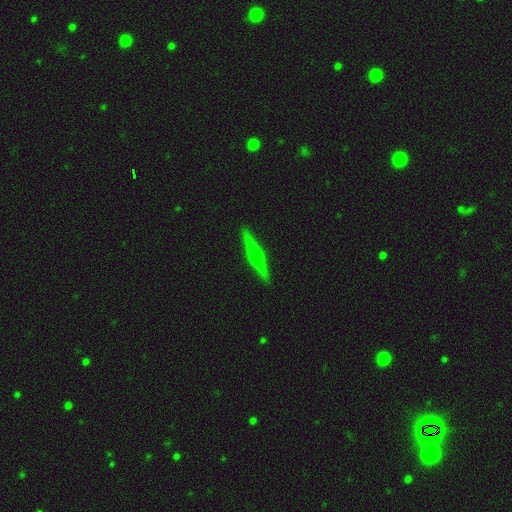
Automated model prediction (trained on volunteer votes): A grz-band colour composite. It shows a featured or disk galaxy (68%) viewed edge-on (98%) with a rounded central bulge (90%). Merging: none (92%).